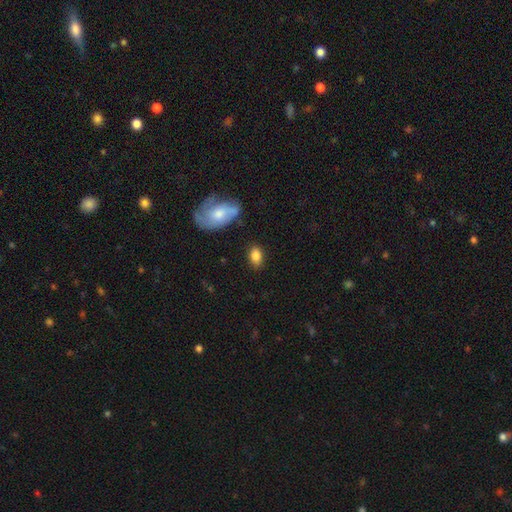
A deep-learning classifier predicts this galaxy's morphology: smooth 85%, featured or disk 8%, star or artifact 7%. Down the decision tree: how rounded — in between (88%); merging — none (82%).